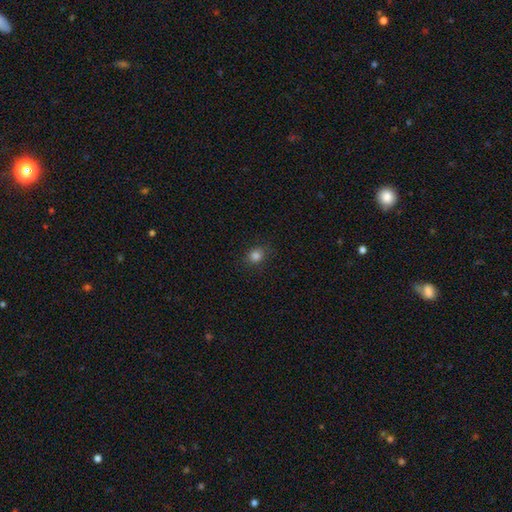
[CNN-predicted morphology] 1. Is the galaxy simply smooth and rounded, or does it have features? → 83% smooth, 13% star or artifact, 4% featured or disk.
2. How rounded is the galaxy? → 67% round, 32% in between, 1% cigar-shaped.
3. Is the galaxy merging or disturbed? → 84% none, 11% minor disturbance, 3% major disturbance, 1% merger.